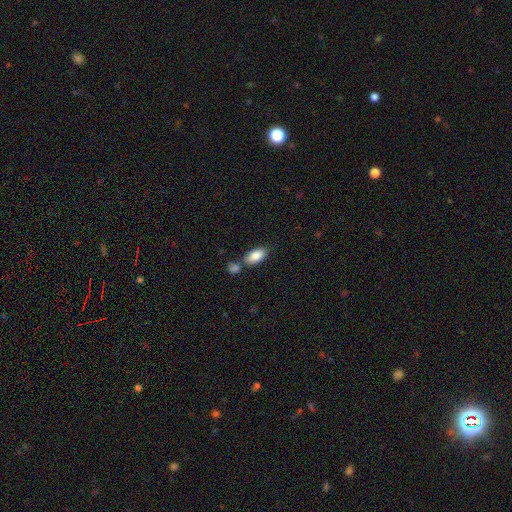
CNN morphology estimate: Q: Smooth or featured?
A: smooth (85%); runner-up: featured or disk (8%)
Q: How rounded?
A: in between (92%); runner-up: cigar-shaped (4%)
Q: Merging?
A: none (63%); runner-up: merger (22%)